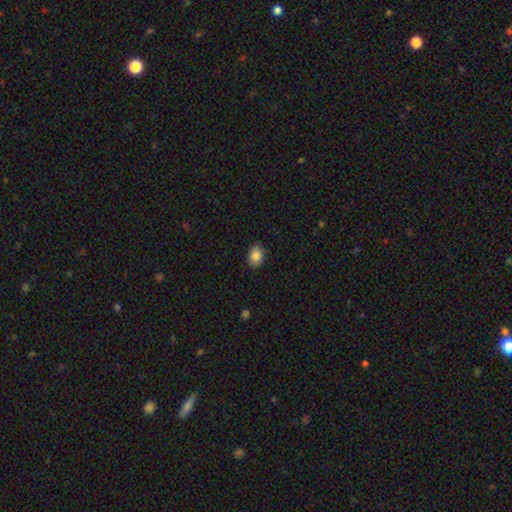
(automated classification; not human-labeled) Smooth or featured?
  - smooth: 87% *
  - star or artifact: 8%
  - featured or disk: 5%
How rounded?
  - in between: 70% *
  - round: 29%
  - cigar-shaped: 1%
Merging?
  - none: 88% *
  - minor disturbance: 9%
  - major disturbance: 2%
  - merger: 1%